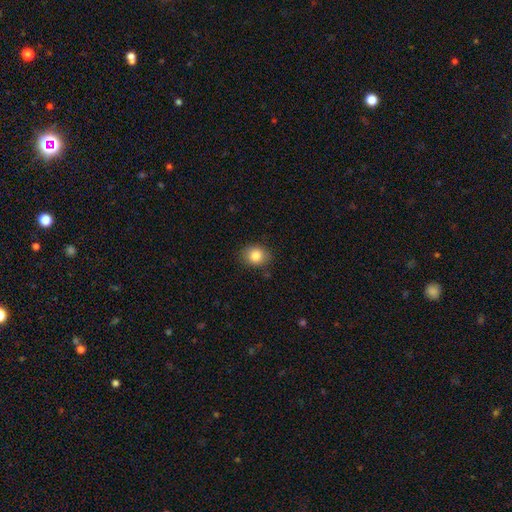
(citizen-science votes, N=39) A smooth galaxy with no disk features (79%) that is in between round and cigar-shaped (52%). Merging: none (92%).